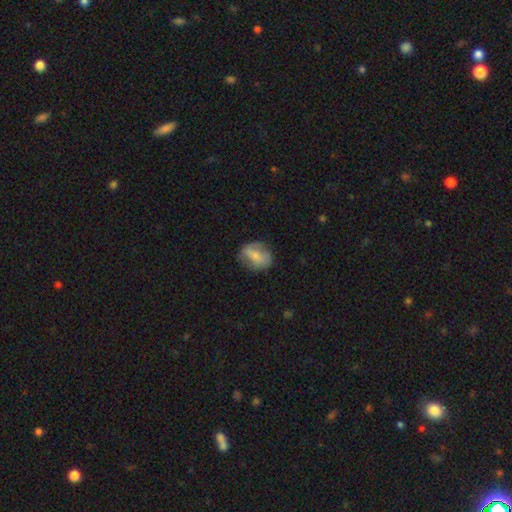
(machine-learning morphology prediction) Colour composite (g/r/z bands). It shows a smooth galaxy with no disk features (60%) that is in between round and cigar-shaped (56%). Merging: none (70%).